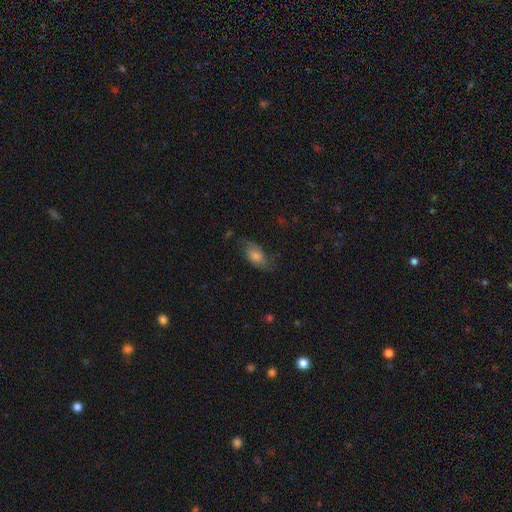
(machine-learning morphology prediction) Overall: smooth (55%; featured or disk 34%). How rounded: in between (85%). Merging: none (62%; minor disturbance 25%).